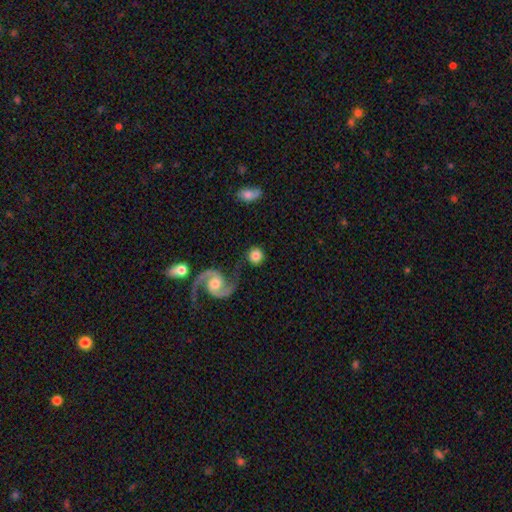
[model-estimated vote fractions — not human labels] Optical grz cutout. It shows a smooth galaxy with no disk features (69%) that is round (91%). Merging: none (77%).